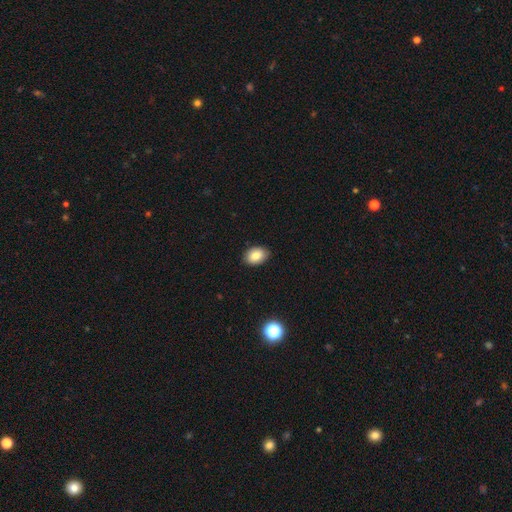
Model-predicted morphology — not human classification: Smooth or featured? Predicted: smooth (p=0.84). How rounded? Predicted: in between (p=0.82). Merging? Predicted: none (p=0.89).